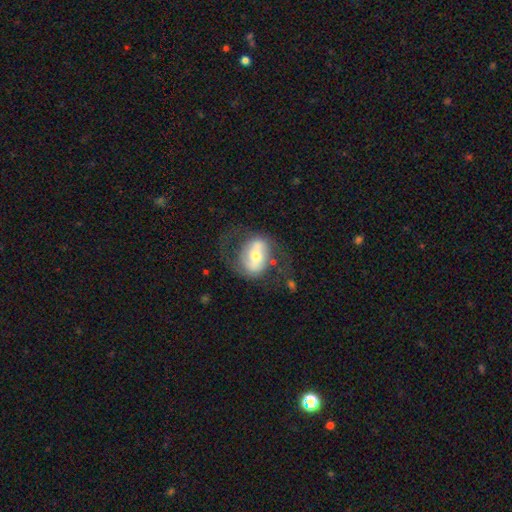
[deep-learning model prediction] Smooth or featured? Predicted: featured or disk (p=0.66). Edge-on disk? Predicted: no (p=0.94). Bar? Predicted: strong (p=0.41). Spiral arms? Predicted: yes (p=0.67). Bulge size? Predicted: moderate (p=0.56). Merging? Predicted: none (p=0.57).